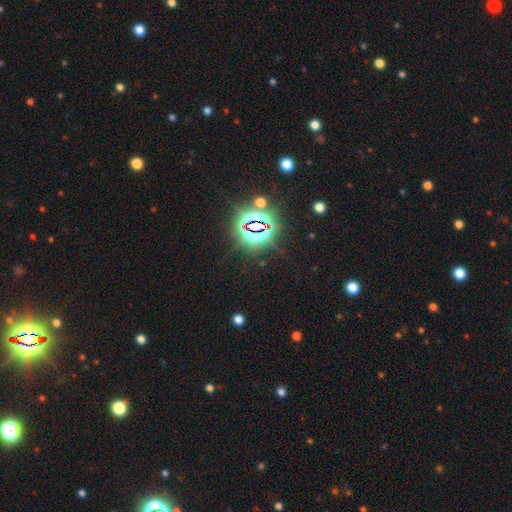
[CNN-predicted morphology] type=star or artifact (81%).